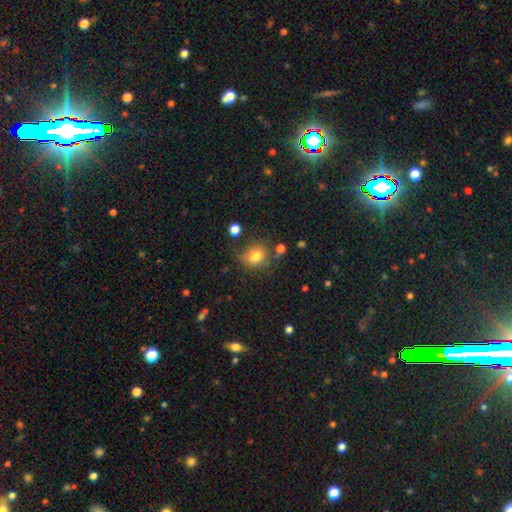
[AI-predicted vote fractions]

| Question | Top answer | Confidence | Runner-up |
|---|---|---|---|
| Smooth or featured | smooth | 79% | star or artifact (12%) |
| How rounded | round | 71% | in between (28%) |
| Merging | none | 67% | minor disturbance (19%) |